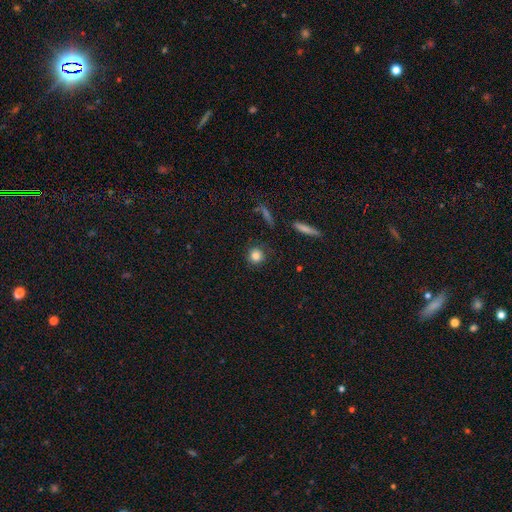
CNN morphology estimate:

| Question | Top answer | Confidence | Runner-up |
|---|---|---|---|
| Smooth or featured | smooth | 83% | star or artifact (11%) |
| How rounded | round | 90% | in between (8%) |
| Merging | none | 85% | minor disturbance (10%) |